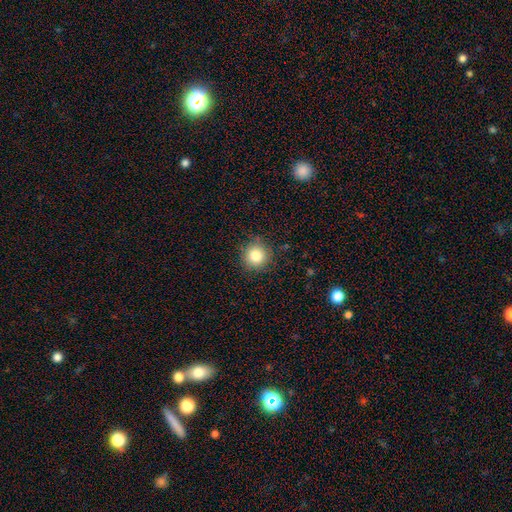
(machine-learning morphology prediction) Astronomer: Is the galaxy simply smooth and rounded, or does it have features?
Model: smooth — 81%.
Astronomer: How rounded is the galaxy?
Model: round — 94%.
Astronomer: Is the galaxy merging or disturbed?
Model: none — 89%.